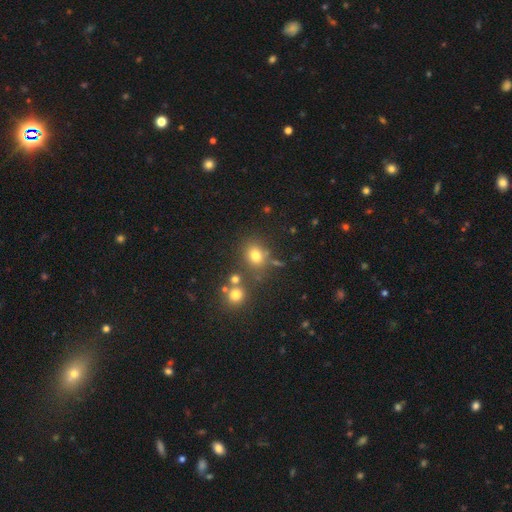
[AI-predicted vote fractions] smooth_or_featured: smooth (p=0.73) [alt: star or artifact p=0.18]
how_rounded: round (p=0.62) [alt: in between p=0.37]
merging: none (p=0.70) [alt: merger p=0.13]